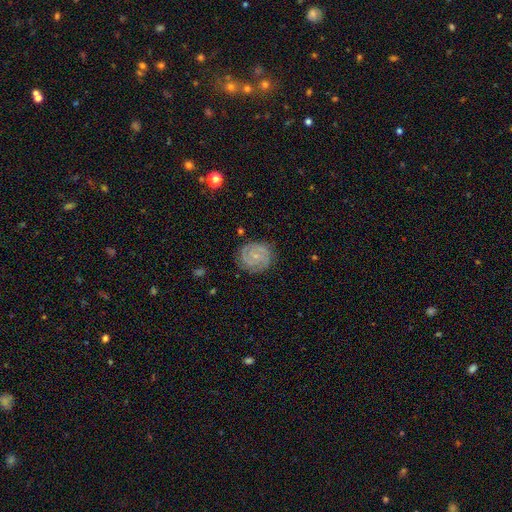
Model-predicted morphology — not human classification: Q: Smooth or featured?
A: featured or disk (82%); runner-up: smooth (11%)
Q: Edge-on disk?
A: no (98%); runner-up: yes (2%)
Q: Bar?
A: no (61%); runner-up: weak (32%)
Q: Spiral arms?
A: yes (97%); runner-up: no (3%)
Q: Spiral winding?
A: tight (71%); runner-up: medium (25%)
Q: Spiral arm count?
A: 2 (53%); runner-up: 3 (21%)
Q: Bulge size?
A: small (76%); runner-up: moderate (13%)
Q: Merging?
A: none (82%); runner-up: minor disturbance (13%)